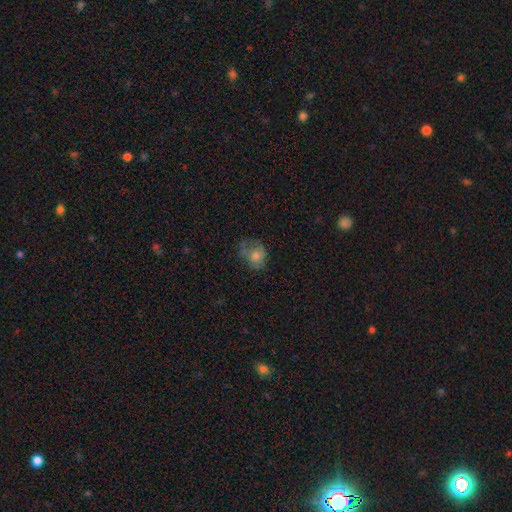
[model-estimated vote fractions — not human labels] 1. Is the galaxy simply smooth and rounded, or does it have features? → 61% smooth, 26% featured or disk, 13% star or artifact.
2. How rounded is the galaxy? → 59% round, 40% in between, 1% cigar-shaped.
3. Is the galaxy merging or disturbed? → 47% none, 28% minor disturbance, 19% major disturbance, 6% merger.